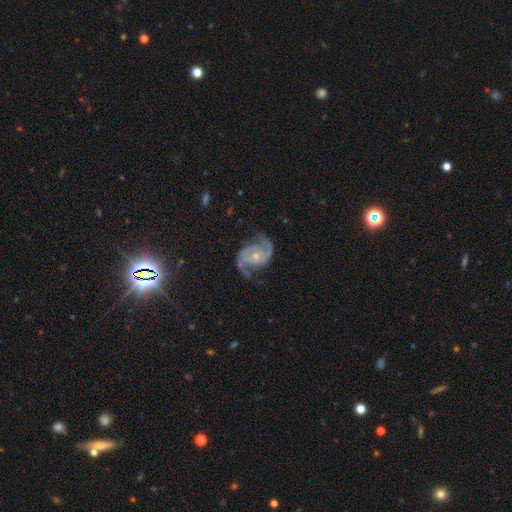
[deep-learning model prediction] Overall: featured or disk (90%). Edge-on disk: no (98%). Bar: no (65%; weak 27%). Spiral arms: yes (97%). Spiral arm count: 2 (93%). Spiral winding: medium (52%; loose 29%). Bulge size: small (58%; moderate 37%). Merging: none (71%).